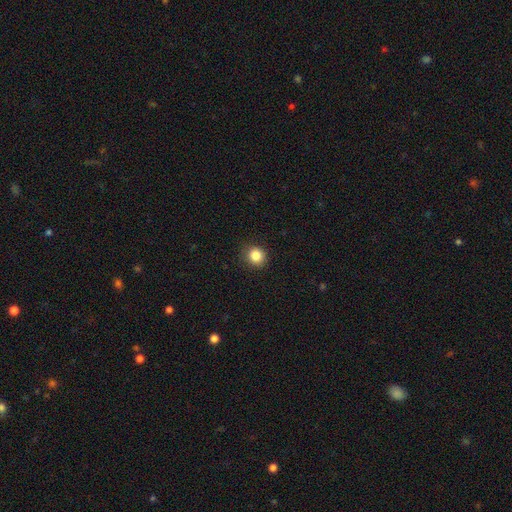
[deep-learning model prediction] This appears to be a smooth galaxy with no disk features (85%) that is round (88%). Merging: none (89%).